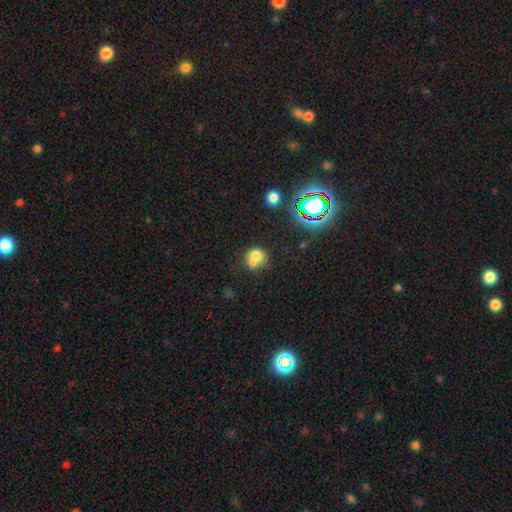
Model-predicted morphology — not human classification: Q: Smooth or featured?
A: smooth (69%); runner-up: featured or disk (16%)
Q: How rounded?
A: round (75%); runner-up: in between (24%)
Q: Merging?
A: merger (40%); runner-up: none (39%)